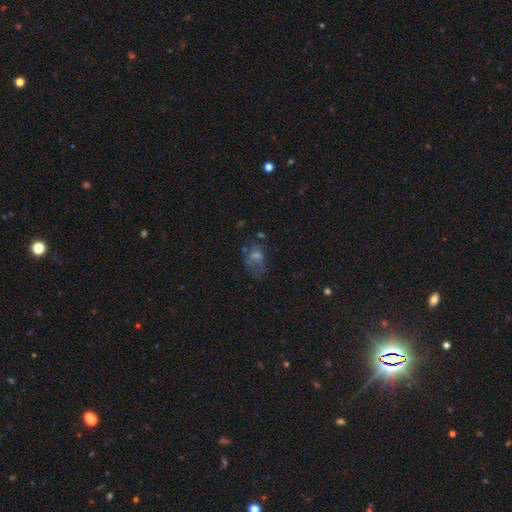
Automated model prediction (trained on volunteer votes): smooth-or-featured: smooth: 39% | featured or disk: 34% | star or artifact: 27%
  merging: none: 41% | major disturbance: 31% | minor disturbance: 23% | merger: 6%